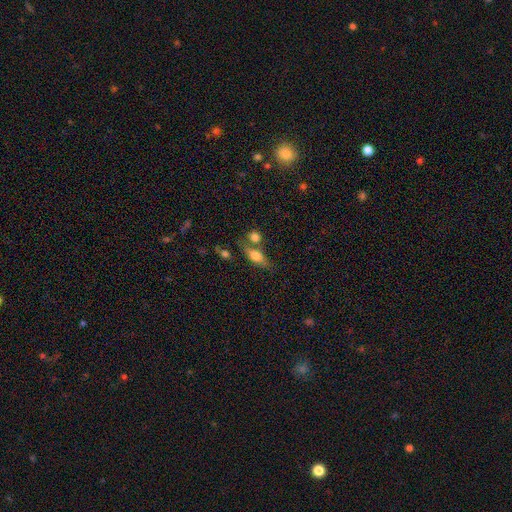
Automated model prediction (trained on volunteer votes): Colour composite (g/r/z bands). It shows a smooth galaxy with no disk features (66%) that is in between round and cigar-shaped (70%). Merging: none (56%).